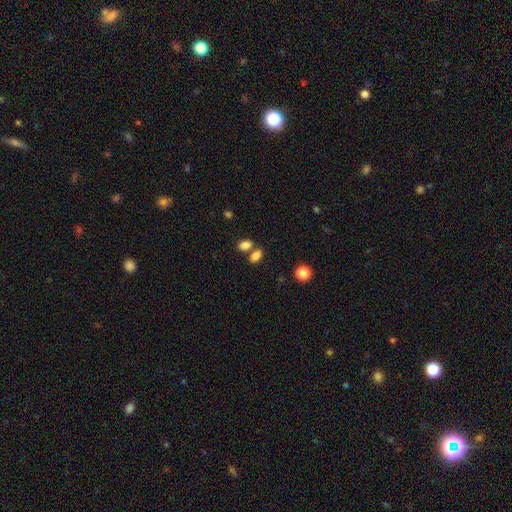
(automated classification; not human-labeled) Q: Smooth or featured?
A: smooth (84%); runner-up: star or artifact (10%)
Q: How rounded?
A: in between (88%); runner-up: round (9%)
Q: Merging?
A: none (52%); runner-up: merger (35%)